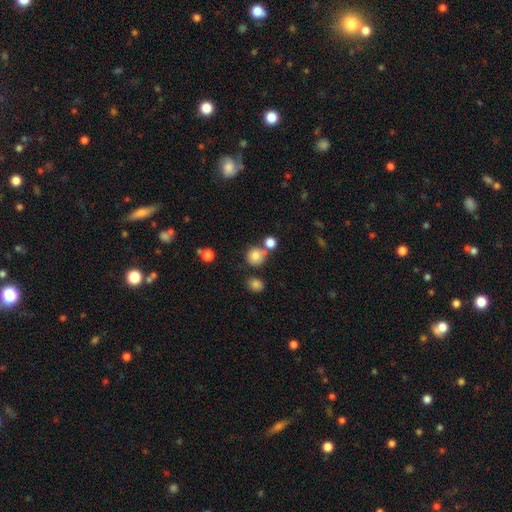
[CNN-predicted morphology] Smooth or featured: smooth — 80% (star or artifact — 12%)
How rounded: round — 87% (in between — 12%)
Merging: none — 64% (merger — 22%)